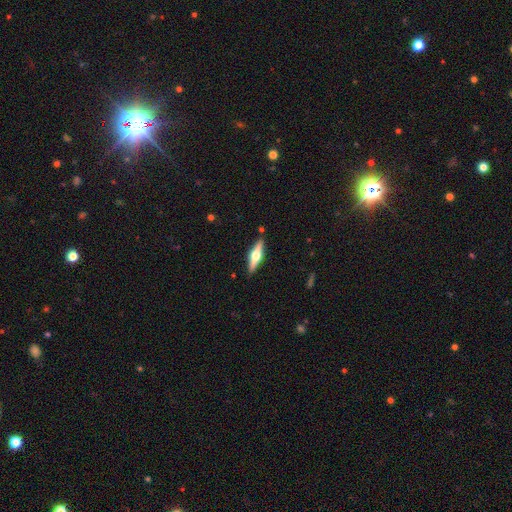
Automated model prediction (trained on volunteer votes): smooth_or_featured: featured or disk (p=0.71) [alt: smooth p=0.24]
disk_edge_on: yes (p=0.97) [alt: no p=0.03]
edge_on_bulge: rounded (p=0.95) [alt: boxy p=0.04]
merging: none (p=0.89) [alt: minor disturbance p=0.07]